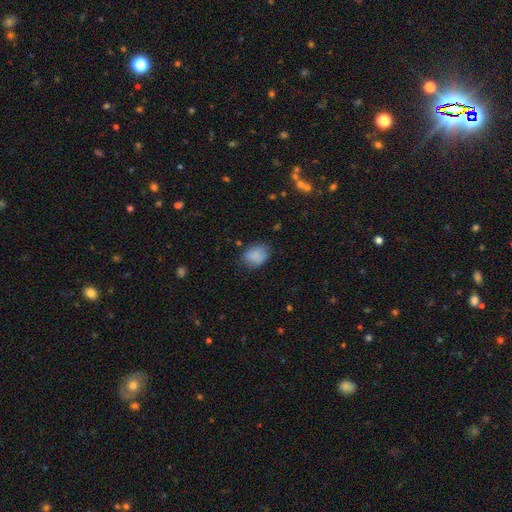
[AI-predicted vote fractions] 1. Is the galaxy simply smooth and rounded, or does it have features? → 85% smooth, 8% star or artifact, 7% featured or disk.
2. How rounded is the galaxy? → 62% in between, 37% round, 1% cigar-shaped.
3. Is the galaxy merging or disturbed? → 69% none, 23% minor disturbance, 6% major disturbance, 2% merger.